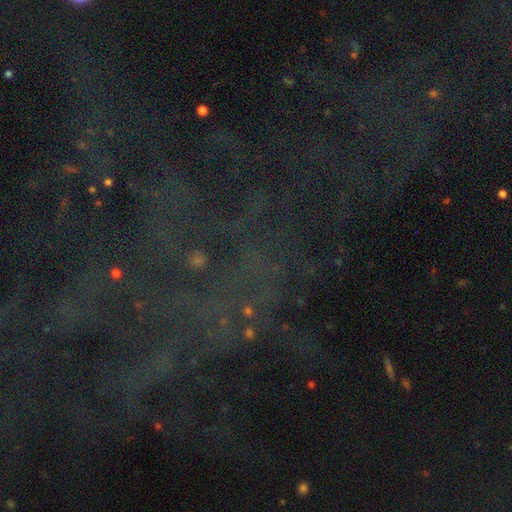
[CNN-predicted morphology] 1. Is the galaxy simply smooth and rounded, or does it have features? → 73% star or artifact, 15% featured or disk, 11% smooth.